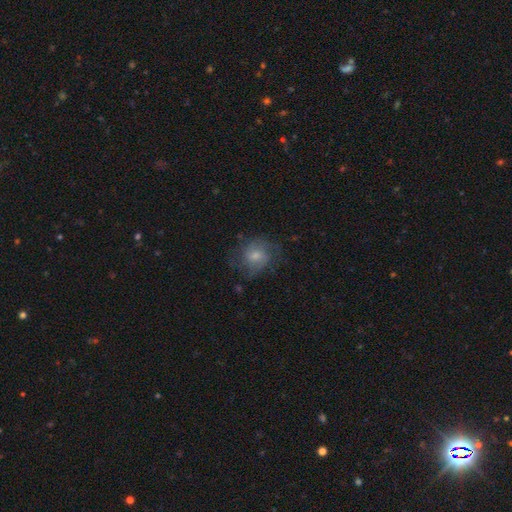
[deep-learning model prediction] Smooth or featured? featured or disk (50%)
Merging? none (59%)